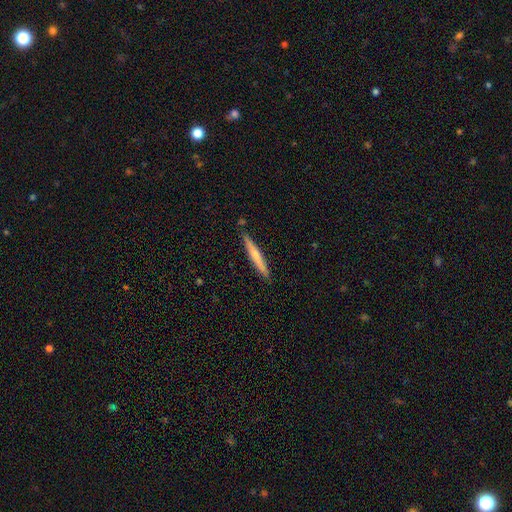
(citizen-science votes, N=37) smooth_or_featured: smooth (p=0.62) [alt: featured or disk p=0.35]
how_rounded: cigar-shaped (p=1.00)
merging: none (p=0.86) [alt: minor disturbance p=0.08]